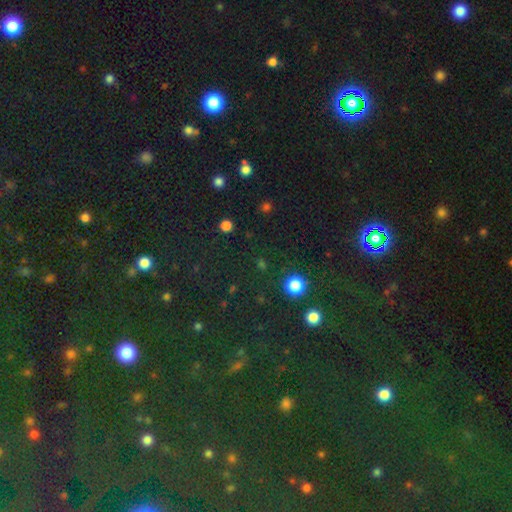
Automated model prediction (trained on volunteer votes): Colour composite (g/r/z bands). It shows a star or artifact, not a galaxy (73%).